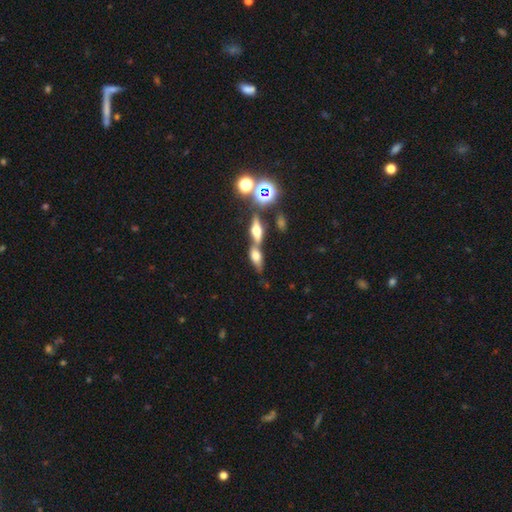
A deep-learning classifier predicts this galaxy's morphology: This is possibly a smooth galaxy (50%). Merging: possibly merger (49%).